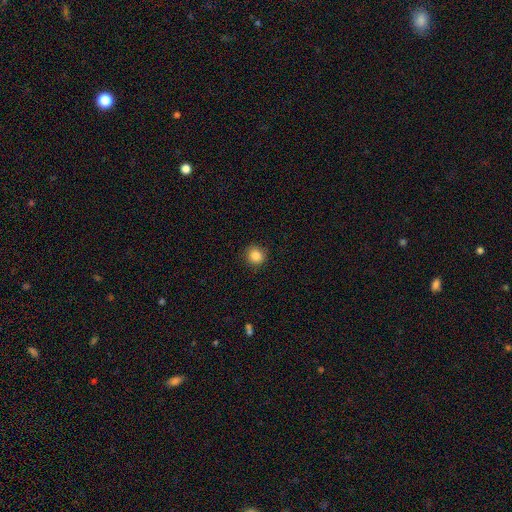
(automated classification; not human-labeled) Smooth or featured: smooth — 86% (star or artifact — 10%)
How rounded: round — 92% (in between — 7%)
Merging: none — 90% (minor disturbance — 7%)